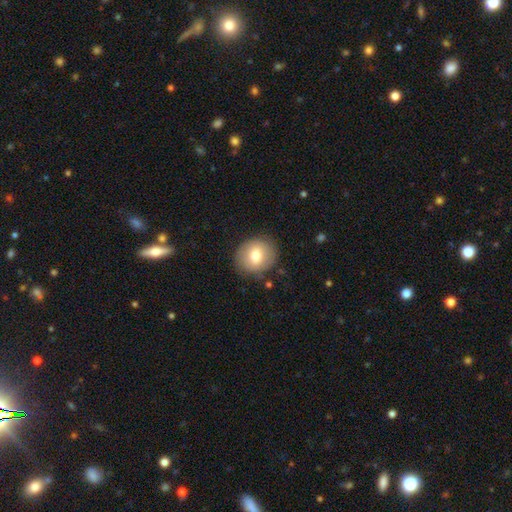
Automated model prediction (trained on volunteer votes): This appears to be a smooth galaxy with no disk features (74%) that is round (76%). Merging: none (84%).